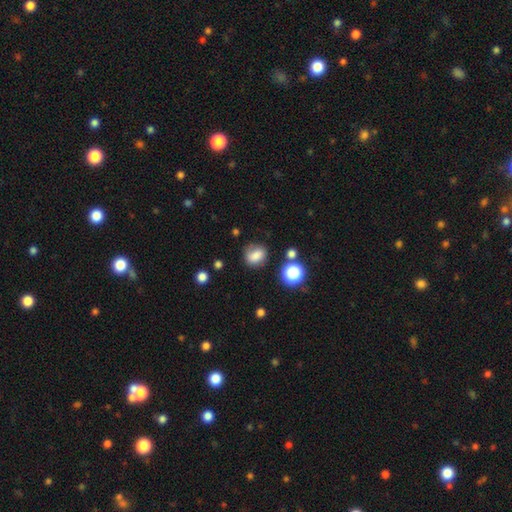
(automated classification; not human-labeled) Smooth or featured? smooth (79%)
How rounded? round (51%)
Merging? none (70%)